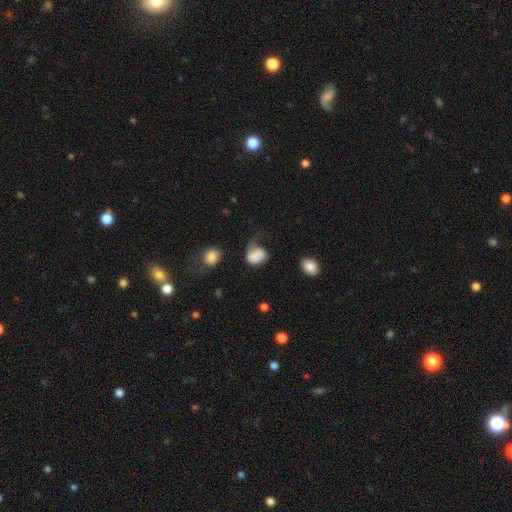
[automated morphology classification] Q: Smooth or featured?
A: smooth (71%); runner-up: featured or disk (20%)
Q: How rounded?
A: in between (59%); runner-up: round (40%)
Q: Merging?
A: major disturbance (50%); runner-up: minor disturbance (23%)